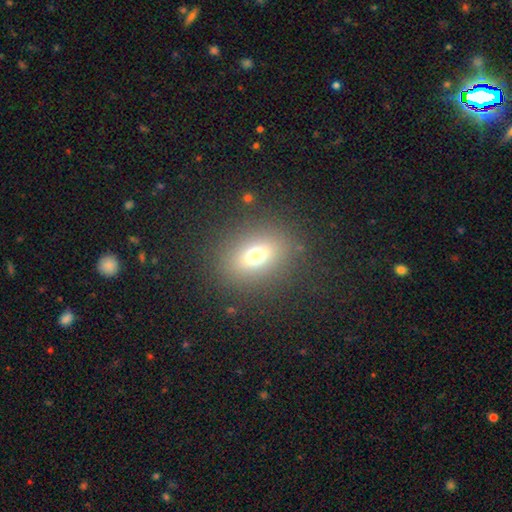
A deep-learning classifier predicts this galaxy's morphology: Smooth or featured? Predicted: smooth (p=0.69). How rounded? Predicted: in between (p=0.55). Merging? Predicted: none (p=0.85).